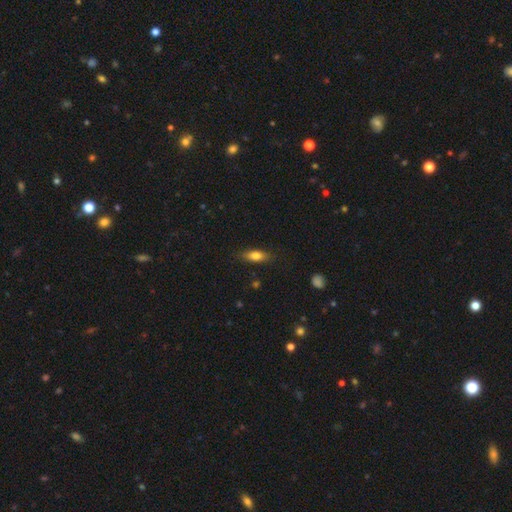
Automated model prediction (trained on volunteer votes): This is likely a smooth galaxy (74%). How rounded: likely in between (65%). Merging: clearly none (82%).